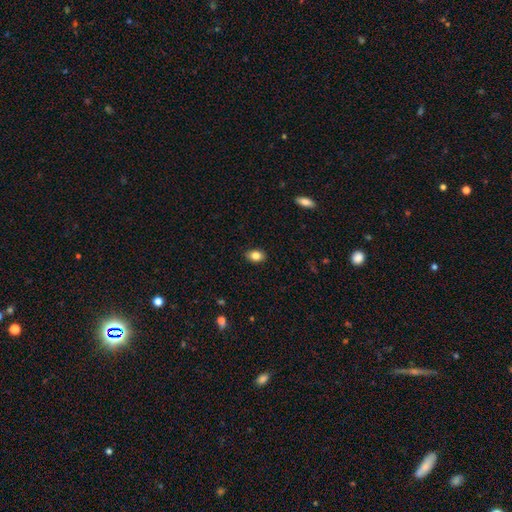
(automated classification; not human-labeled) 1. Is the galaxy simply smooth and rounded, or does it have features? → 83% smooth, 9% star or artifact, 8% featured or disk.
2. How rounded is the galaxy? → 81% in between, 18% round, 2% cigar-shaped.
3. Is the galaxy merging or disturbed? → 88% none, 9% minor disturbance, 2% major disturbance, 1% merger.